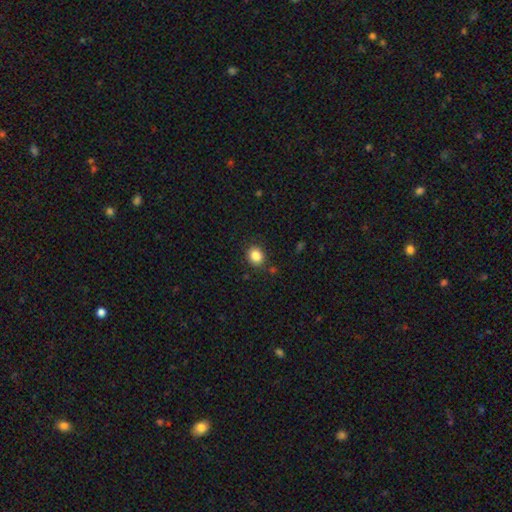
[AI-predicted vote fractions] The model was most divided on "how rounded": round: 65%, in between: 35%, cigar-shaped: 1%. More confident: merging — none (86%); smooth or featured — smooth (85%).